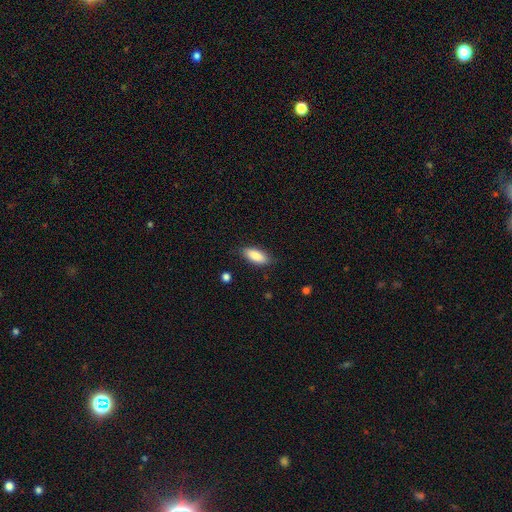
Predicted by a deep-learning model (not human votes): Overall: smooth (86%). How rounded: in between (80%). Merging: none (81%).